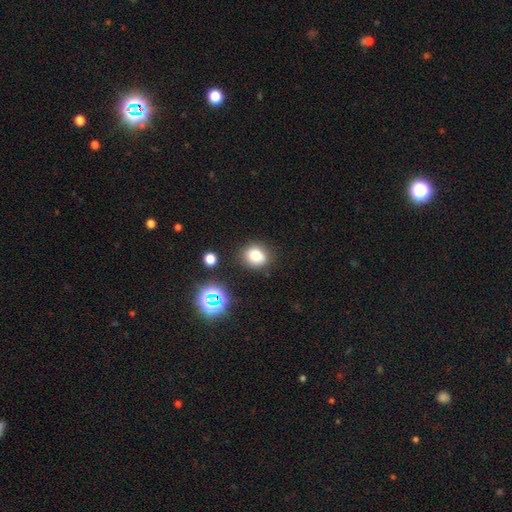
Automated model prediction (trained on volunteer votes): Morphology: type=smooth (78%); roundness=round (69%); merging=none (80%).